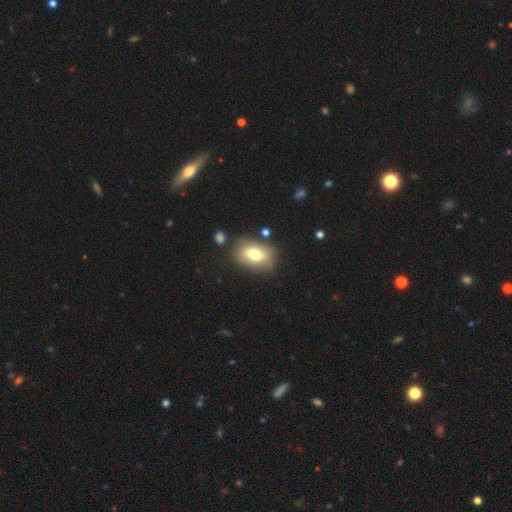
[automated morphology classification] Q: Smooth or featured?
A: smooth (70%); runner-up: featured or disk (21%)
Q: How rounded?
A: in between (81%); runner-up: round (17%)
Q: Merging?
A: none (74%); runner-up: minor disturbance (16%)